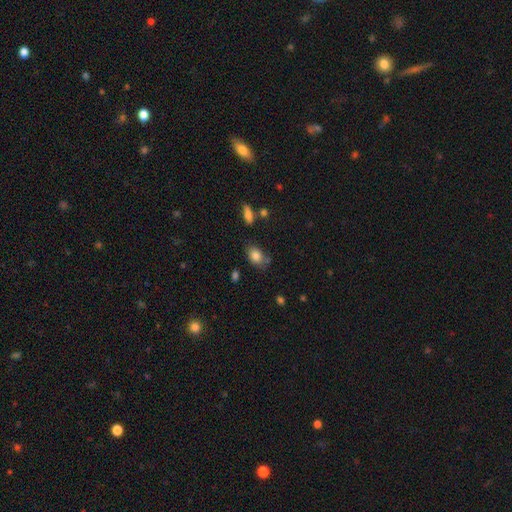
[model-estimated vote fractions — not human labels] Smooth or featured? smooth (83%)
How rounded? in between (82%)
Merging? none (68%)